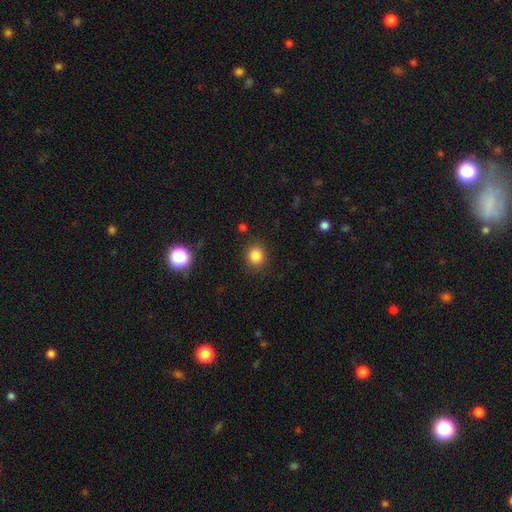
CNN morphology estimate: Smooth or featured?
  - smooth: 84% *
  - star or artifact: 12%
  - featured or disk: 4%
How rounded?
  - round: 83% *
  - in between: 16%
  - cigar-shaped: 1%
Merging?
  - none: 88% *
  - minor disturbance: 8%
  - major disturbance: 3%
  - merger: 1%